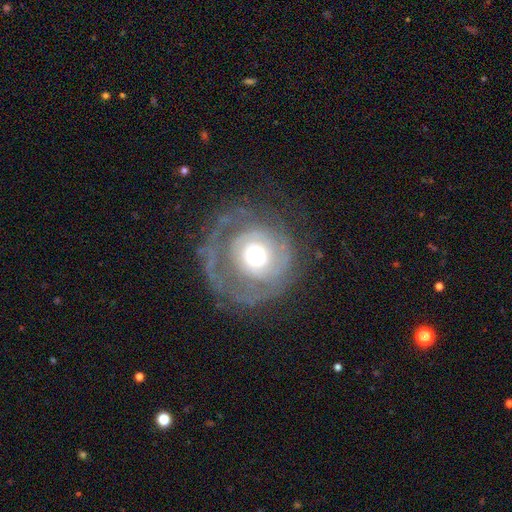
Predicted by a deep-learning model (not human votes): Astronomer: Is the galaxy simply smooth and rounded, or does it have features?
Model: featured or disk — 71%.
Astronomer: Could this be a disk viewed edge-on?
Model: no — 97%.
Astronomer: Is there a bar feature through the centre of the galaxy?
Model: no — 84%.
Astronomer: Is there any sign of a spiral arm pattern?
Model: yes — 72%.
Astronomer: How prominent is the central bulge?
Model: moderate — 56% (runner-up: large, 32%).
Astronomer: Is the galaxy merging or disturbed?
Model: none — 55%.